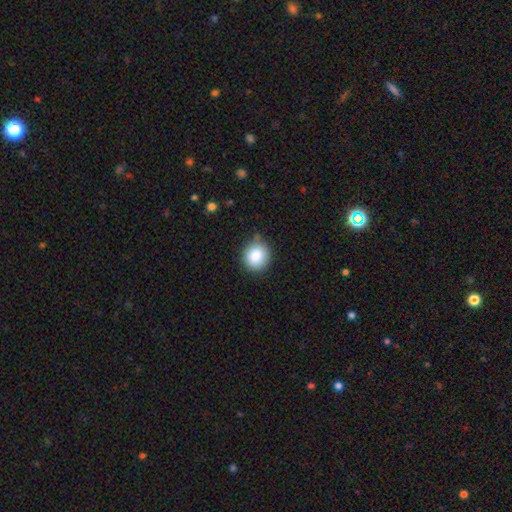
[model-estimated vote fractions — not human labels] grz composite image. It shows a smooth galaxy with no disk features (85%) that is round (84%). Merging: none (75%).